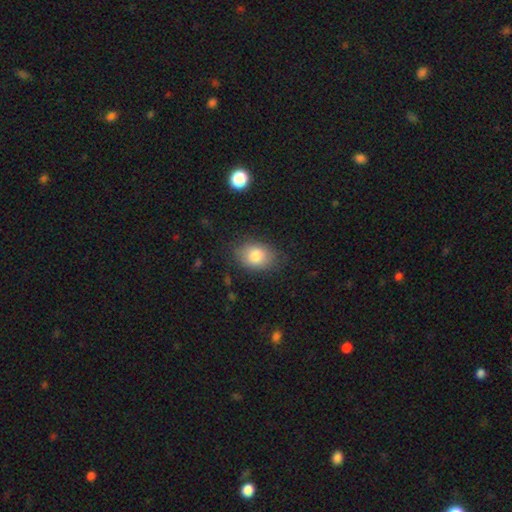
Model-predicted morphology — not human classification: smooth 81%, featured or disk 10%, star or artifact 8%. Down the decision tree: how rounded — in between (76%); merging — none (77%).